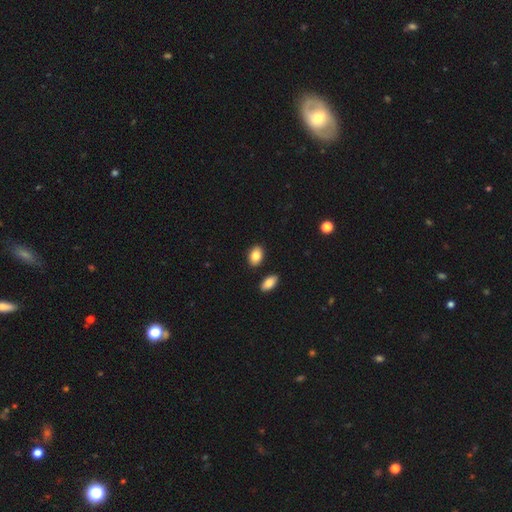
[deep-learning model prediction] A smooth galaxy with no disk features (85%) that is in between round and cigar-shaped (87%). Merging: none (84%).